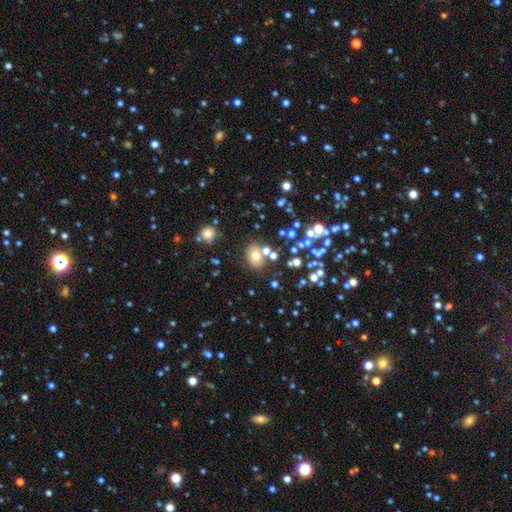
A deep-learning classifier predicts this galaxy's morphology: smooth-or-featured: smooth: 69% | star or artifact: 16% | featured or disk: 15%
  how-rounded: round: 55% | in between: 44% | cigar-shaped: 1%
  merging: none: 68% | merger: 15% | minor disturbance: 12% | major disturbance: 5%